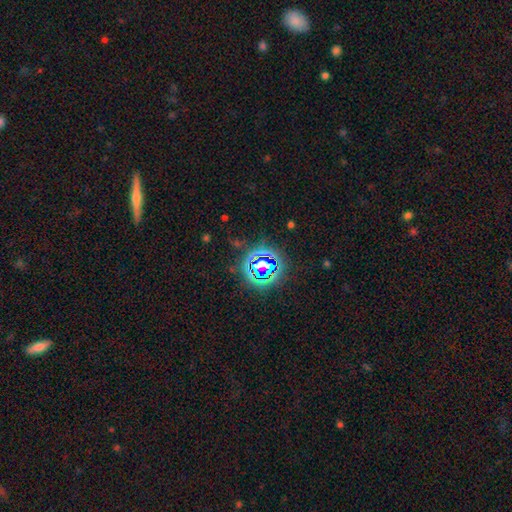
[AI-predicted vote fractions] A star or artifact, not a galaxy (75%).